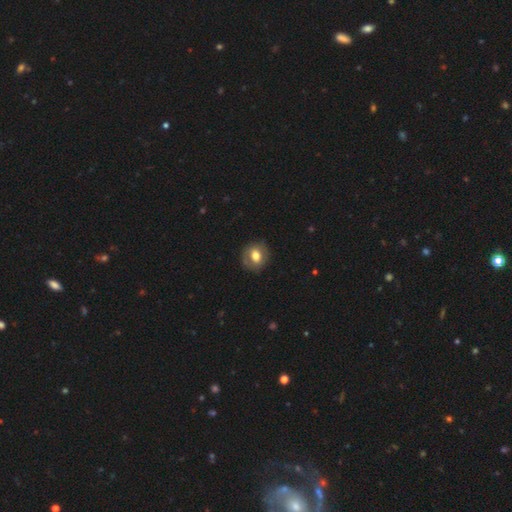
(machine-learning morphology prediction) Q: Smooth or featured?
A: smooth (60%); runner-up: featured or disk (33%)
Q: How rounded?
A: round (67%); runner-up: in between (32%)
Q: Merging?
A: none (80%); runner-up: minor disturbance (14%)